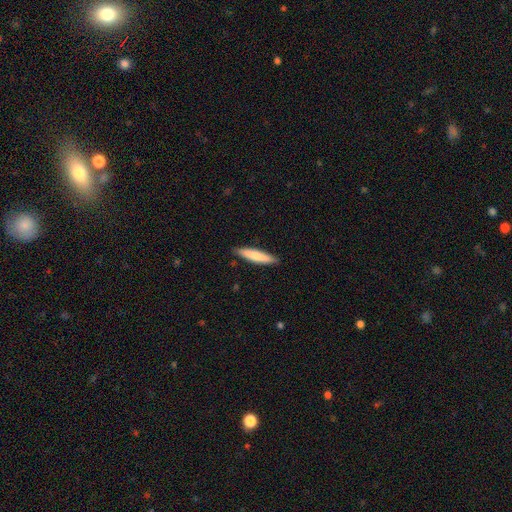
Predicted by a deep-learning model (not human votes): smooth_or_featured: smooth (p=0.77) [alt: featured or disk p=0.18]
how_rounded: cigar-shaped (p=0.85) [alt: in between p=0.14]
merging: none (p=0.88) [alt: minor disturbance p=0.09]